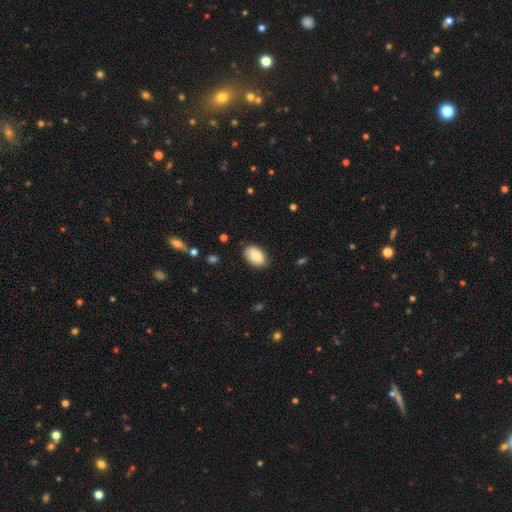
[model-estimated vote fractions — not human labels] Smooth or featured: smooth — 84% (featured or disk — 9%)
How rounded: in between — 92% (round — 7%)
Merging: none — 86% (minor disturbance — 11%)